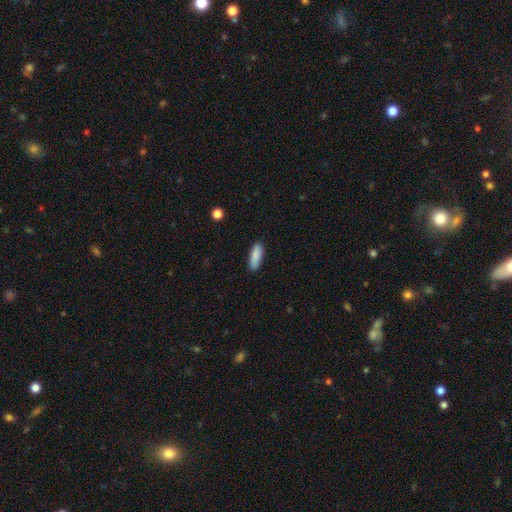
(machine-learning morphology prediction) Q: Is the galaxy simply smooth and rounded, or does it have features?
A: smooth — 89%.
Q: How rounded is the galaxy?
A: in between — 57%.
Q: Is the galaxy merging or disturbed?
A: none — 89%.